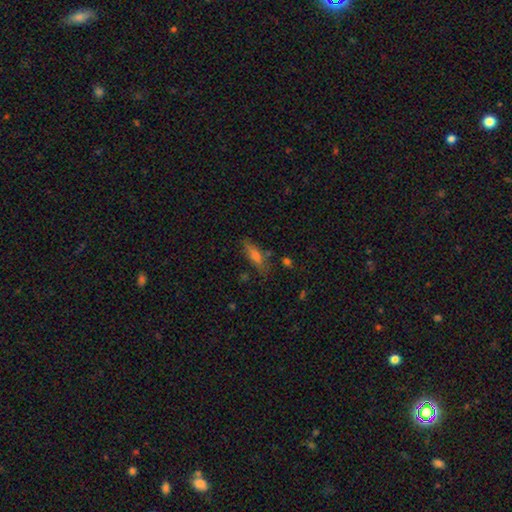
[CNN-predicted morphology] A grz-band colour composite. It shows a smooth galaxy with no disk features (54%) that is cigar-shaped (61%). Merging: none (75%).